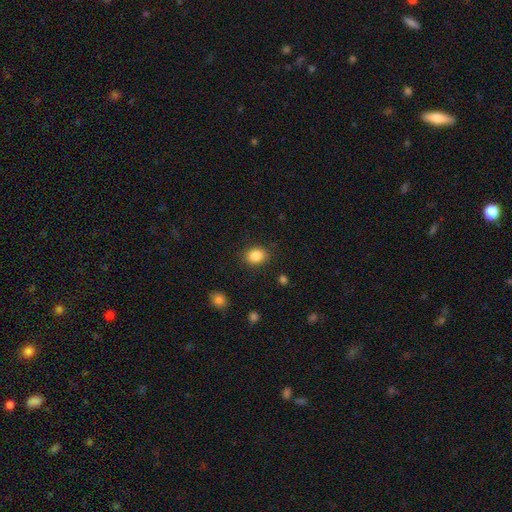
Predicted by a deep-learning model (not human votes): This is clearly a smooth galaxy (86%). How rounded: possibly in between (54%). Merging: clearly none (87%).